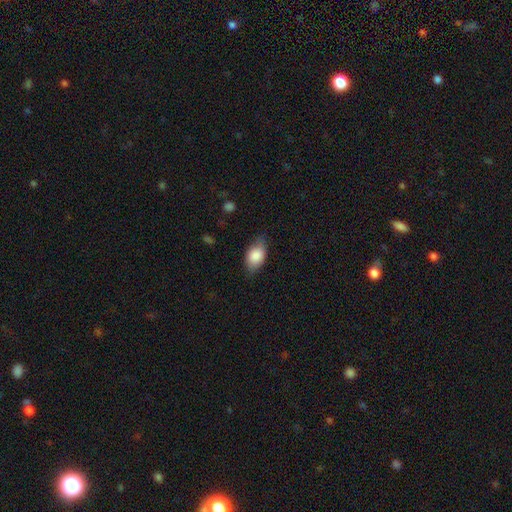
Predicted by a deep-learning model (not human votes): smooth 83%, featured or disk 10%, star or artifact 6%. Down the decision tree: how rounded — in between (90%); merging — none (70%).